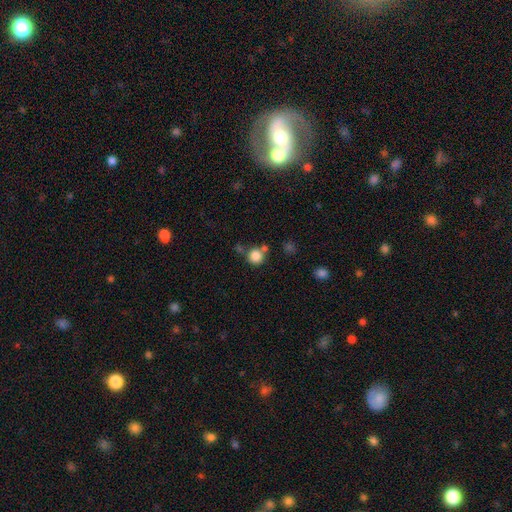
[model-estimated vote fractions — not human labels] Smooth or featured: smooth — 84% (star or artifact — 11%)
How rounded: round — 93% (in between — 6%)
Merging: none — 66% (merger — 19%)